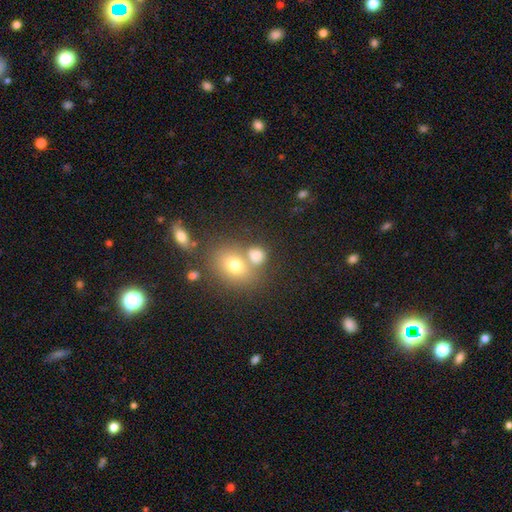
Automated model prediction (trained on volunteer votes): smooth_or_featured: smooth (p=0.75) [alt: star or artifact p=0.14]
how_rounded: round (p=0.62) [alt: in between p=0.37]
merging: none (p=0.48) [alt: merger p=0.36]